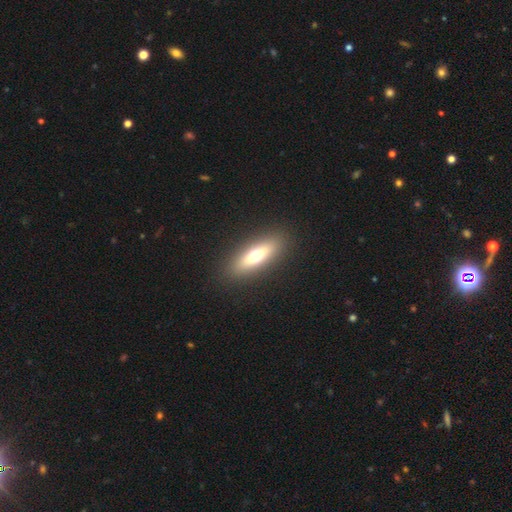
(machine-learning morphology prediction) Smooth or featured?
  - smooth: 59% *
  - featured or disk: 33%
  - star or artifact: 8%
How rounded?
  - cigar-shaped: 49% *
  - in between: 48%
  - round: 3%
Merging?
  - none: 89% *
  - minor disturbance: 7%
  - major disturbance: 3%
  - merger: 1%